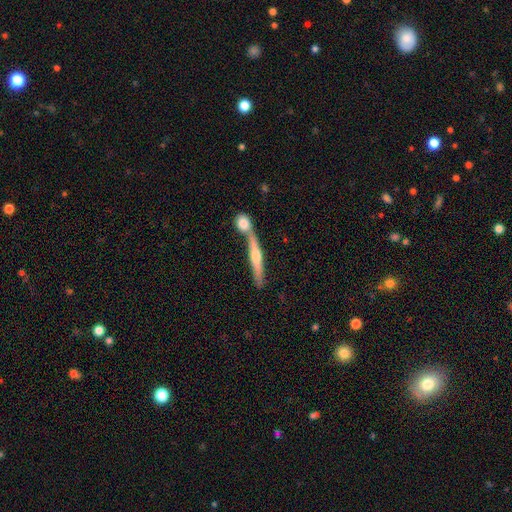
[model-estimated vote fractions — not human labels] smooth-or-featured: featured or disk: 65% | smooth: 29% | star or artifact: 7%
  disk-edge-on: yes: 94% | no: 6%
    edge-on-bulge: rounded: 84% | none: 10% | boxy: 6%
  merging: none: 54% | merger: 33% | minor disturbance: 9% | major disturbance: 4%